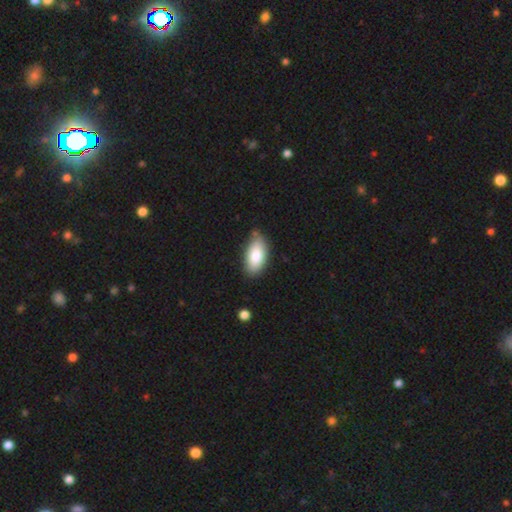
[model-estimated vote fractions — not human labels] Morphology: type=smooth (84%); roundness=in between (92%); merging=none (78%).